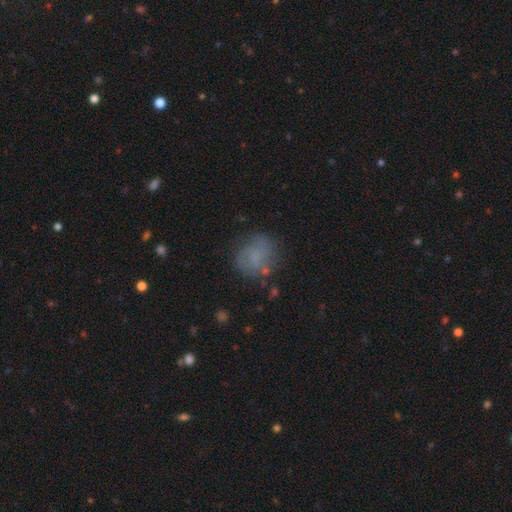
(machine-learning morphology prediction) type=smooth (48%); merging=none (64%).